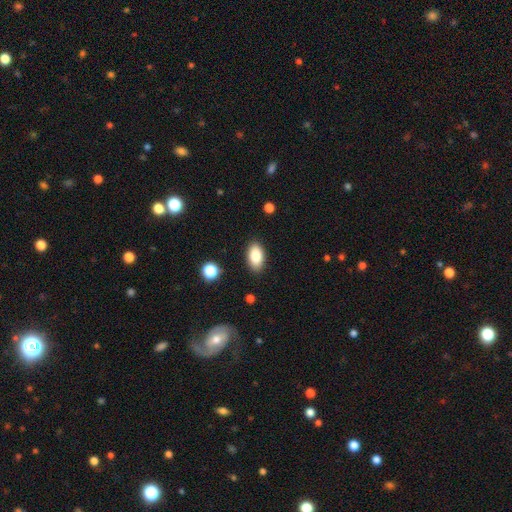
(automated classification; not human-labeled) Morphology: type=smooth (86%); roundness=in between (92%); merging=none (87%).